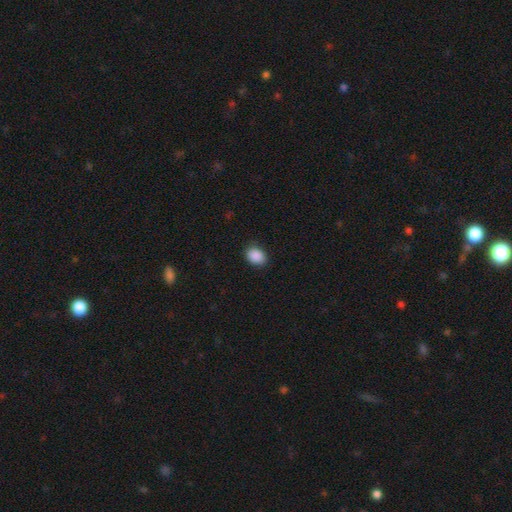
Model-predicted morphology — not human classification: A smooth galaxy with no disk features (89%) that is in between round and cigar-shaped (64%).

Vote fractions:
- Smooth or featured? smooth: 89% / star or artifact: 8% / featured or disk: 3%
- How rounded? in between: 64% / round: 35% / cigar-shaped: 1%
- Merging? none: 86% / minor disturbance: 10% / major disturbance: 2% / merger: 1%